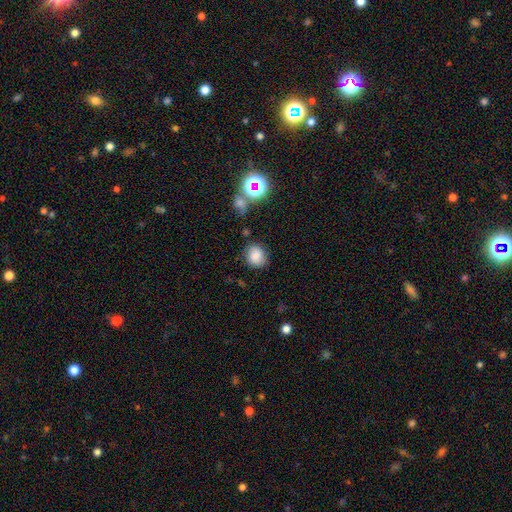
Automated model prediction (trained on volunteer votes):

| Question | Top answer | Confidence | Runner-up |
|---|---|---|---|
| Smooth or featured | smooth | 80% | star or artifact (12%) |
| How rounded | round | 70% | in between (29%) |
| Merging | none | 76% | minor disturbance (16%) |